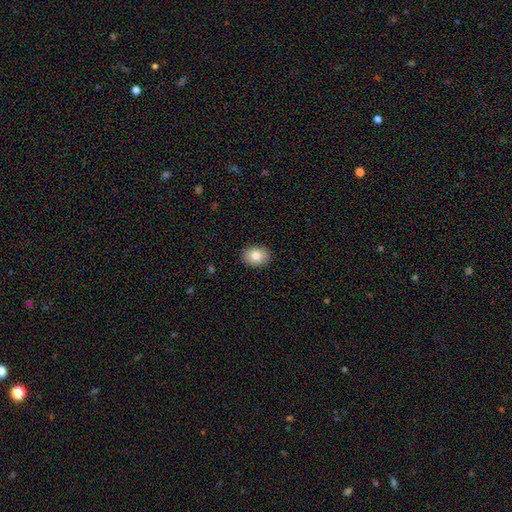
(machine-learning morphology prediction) A smooth galaxy with no disk features (83%) that is in between round and cigar-shaped (69%).

Vote fractions:
- Smooth or featured? smooth: 83% / featured or disk: 9% / star or artifact: 8%
- How rounded? in between: 69% / round: 30% / cigar-shaped: 1%
- Merging? none: 90% / minor disturbance: 8% / major disturbance: 2% / merger: 1%